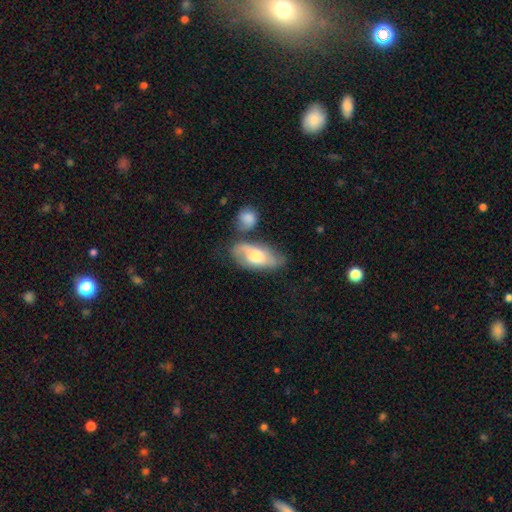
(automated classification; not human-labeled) The model was most divided on "smooth or featured": smooth: 52%, featured or disk: 42%, star or artifact: 6%. More confident: how rounded — in between (88%); merging — none (54%).